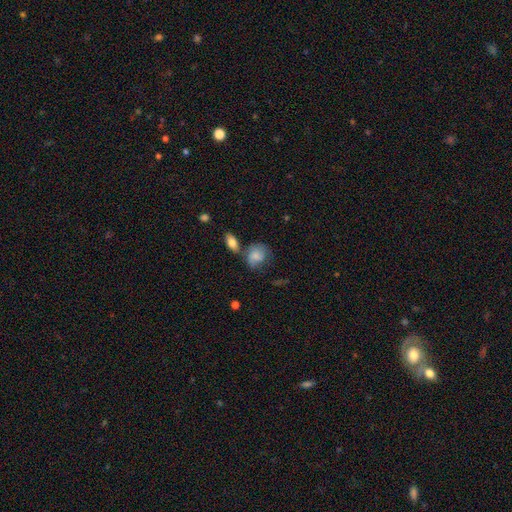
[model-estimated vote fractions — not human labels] Smooth or featured? smooth (73%)
How rounded? round (51%)
Merging? none (46%)